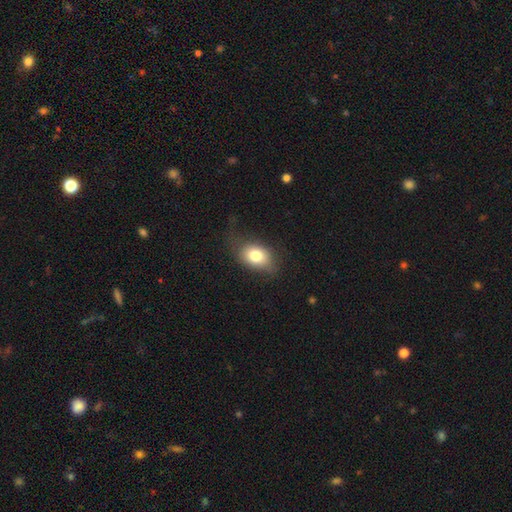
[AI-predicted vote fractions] Q: Smooth or featured?
A: smooth (79%); runner-up: featured or disk (12%)
Q: How rounded?
A: in between (76%); runner-up: round (23%)
Q: Merging?
A: none (60%); runner-up: minor disturbance (26%)